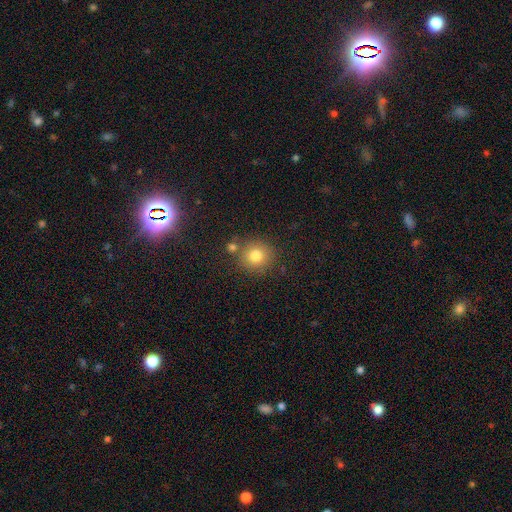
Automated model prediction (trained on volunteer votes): smooth-or-featured: smooth: 79% | star or artifact: 13% | featured or disk: 8%
  how-rounded: round: 89% | in between: 10% | cigar-shaped: 1%
  merging: none: 77% | merger: 10% | minor disturbance: 9% | major disturbance: 3%